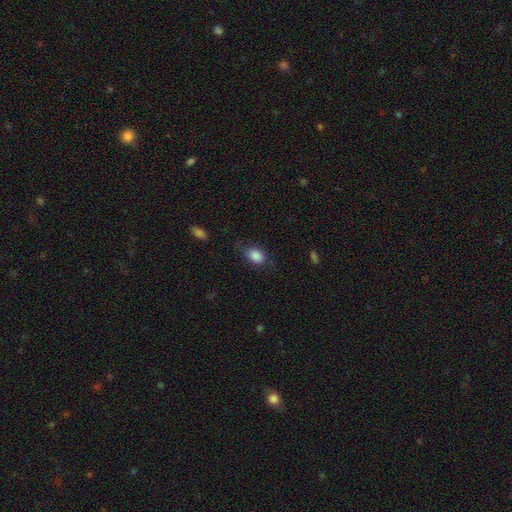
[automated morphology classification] Overall: smooth (86%). How rounded: in between (78%). Merging: none (68%).